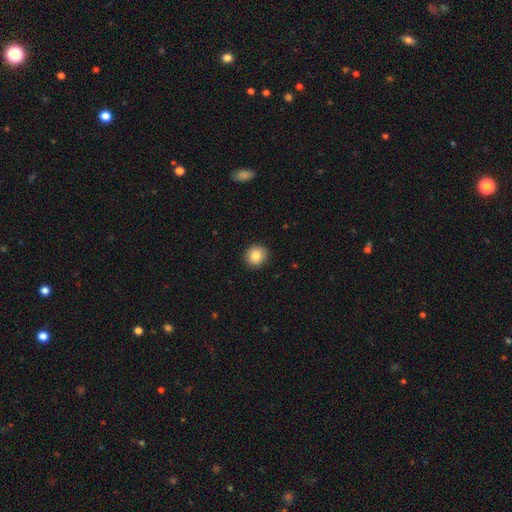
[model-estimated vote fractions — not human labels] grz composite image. It shows a smooth galaxy with no disk features (85%) that is round (88%). Merging: none (92%).